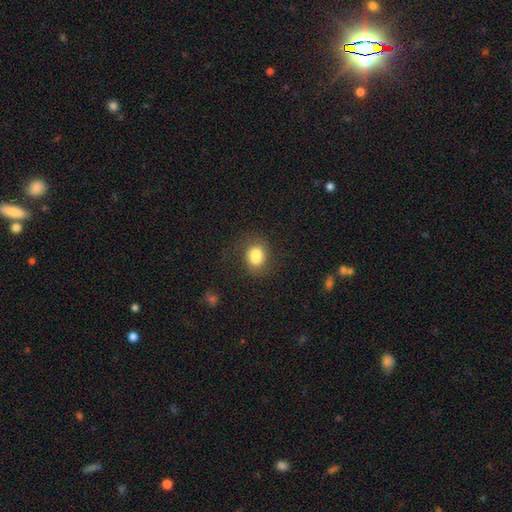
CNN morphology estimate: This is likely a smooth galaxy (75%). How rounded: possibly round (52%). Merging: possibly none (46%).